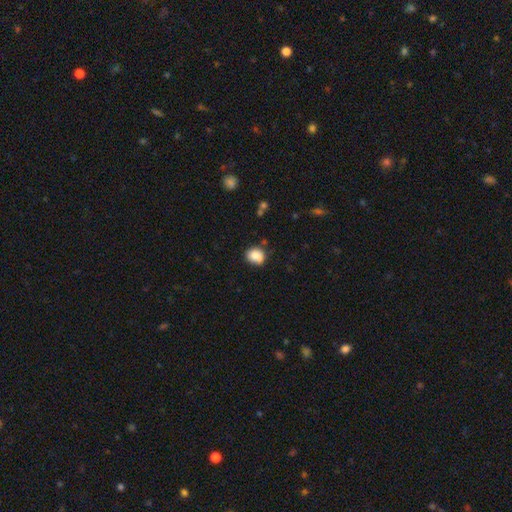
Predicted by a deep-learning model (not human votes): This is clearly a smooth galaxy (84%). How rounded: likely round (64%). Merging: likely none (69%).